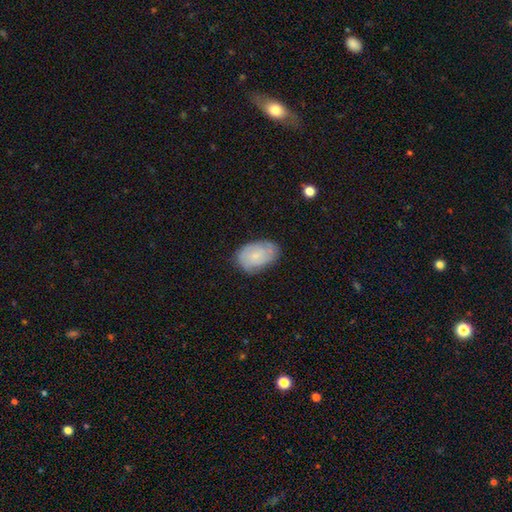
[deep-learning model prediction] Smooth or featured? Predicted: featured or disk (p=0.52). Edge-on disk? Predicted: no (p=0.96). Merging? Predicted: none (p=0.75).